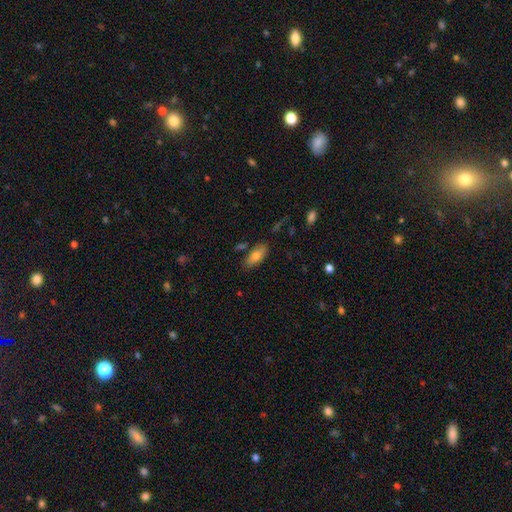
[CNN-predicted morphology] This appears to be a smooth galaxy with no disk features (77%) that is in between round and cigar-shaped (82%). Merging: none (79%).